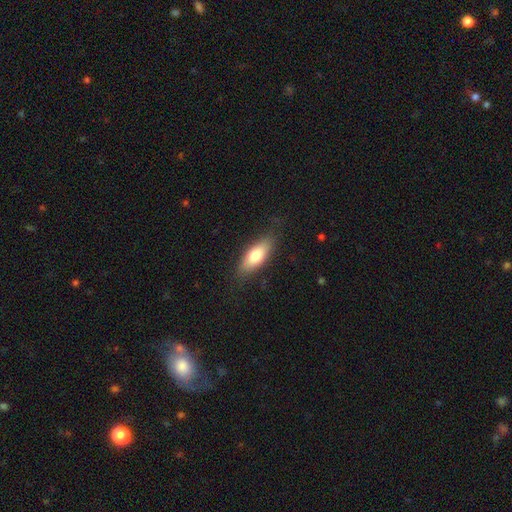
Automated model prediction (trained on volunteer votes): Smooth or featured: smooth — 73% (featured or disk — 21%)
How rounded: in between — 75% (cigar-shaped — 23%)
Merging: none — 81% (minor disturbance — 14%)